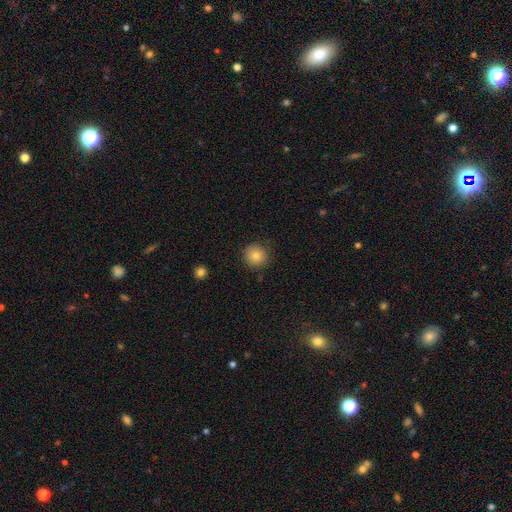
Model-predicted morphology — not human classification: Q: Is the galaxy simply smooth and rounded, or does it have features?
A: smooth — 82%.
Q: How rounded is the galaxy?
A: round — 93%.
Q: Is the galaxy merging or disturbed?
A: none — 88%.